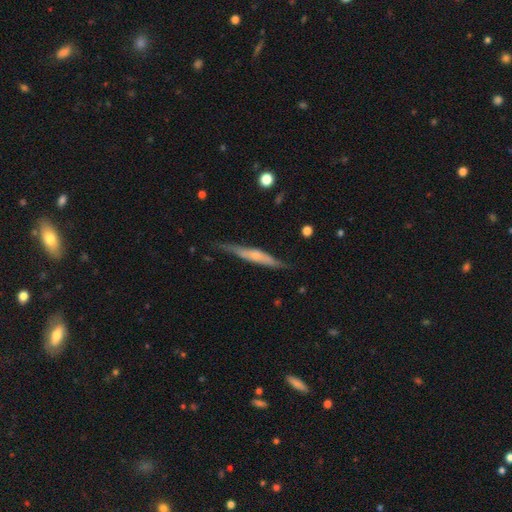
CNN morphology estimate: A featured or disk galaxy (58%) viewed edge-on (93%) with a rounded central bulge (56%). Merging: none (75%).